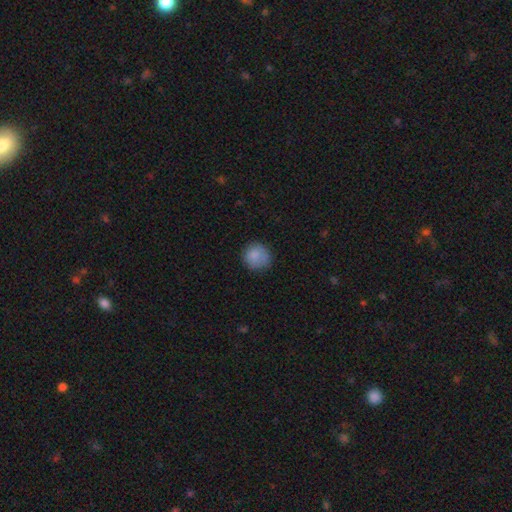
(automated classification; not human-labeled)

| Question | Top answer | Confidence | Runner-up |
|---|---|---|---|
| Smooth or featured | smooth | 85% | star or artifact (9%) |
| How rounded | round | 91% | in between (8%) |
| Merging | none | 80% | minor disturbance (15%) |